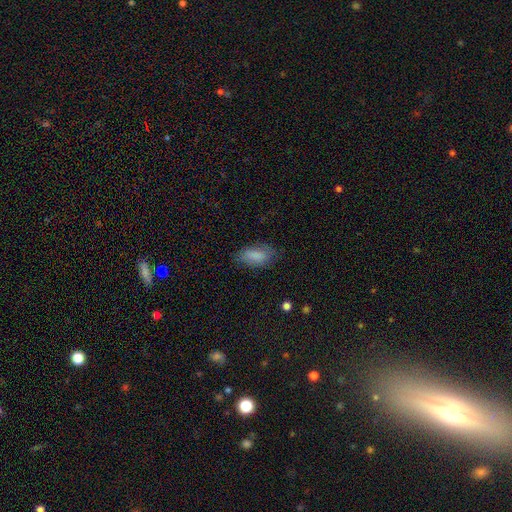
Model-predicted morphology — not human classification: The model was most divided on "merging": none: 74%, minor disturbance: 19%, major disturbance: 5%, merger: 1%. More confident: how rounded — in between (90%); smooth or featured — smooth (85%).